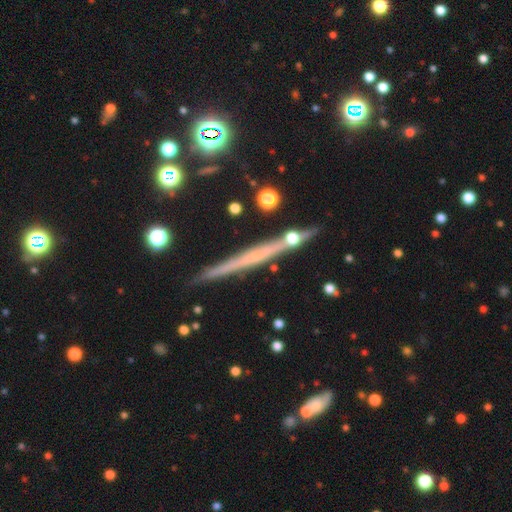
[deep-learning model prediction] This appears to be a featured or disk galaxy (57%) viewed edge-on (97%) with no central bulge (88%). Merging: none (86%).